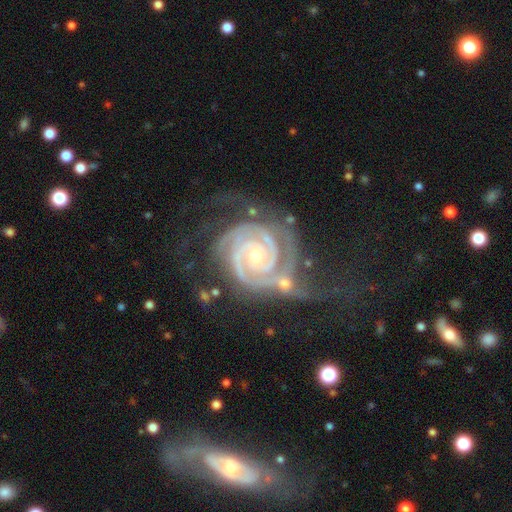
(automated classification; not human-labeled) Overall: featured or disk (93%). Edge-on disk: no (98%). Bar: no (66%). Spiral arms: yes (99%). Spiral arm count: 2 (55%; 3 22%). Spiral winding: tight (83%). Bulge size: small (59%; moderate 38%). Merging: none (44%; minor disturbance 21%).